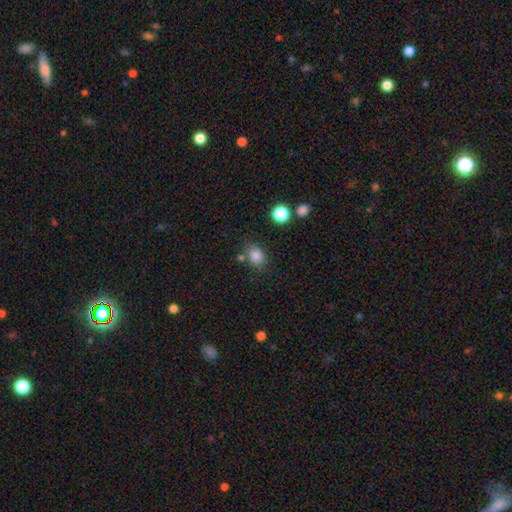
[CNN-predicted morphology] This appears to be a smooth galaxy with no disk features (83%) that is in between round and cigar-shaped (63%). Merging: none (73%).